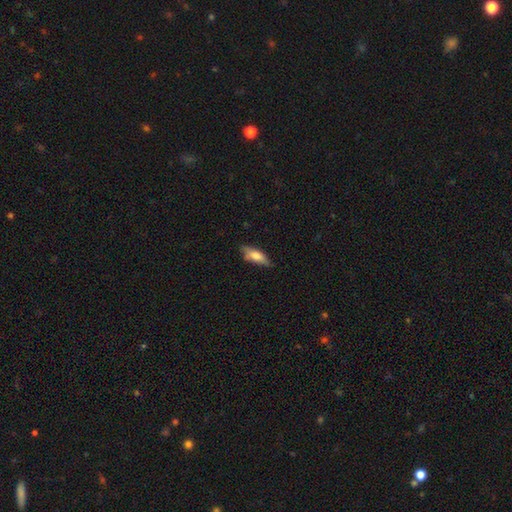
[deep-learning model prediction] Overall: smooth (69%). How rounded: in between (57%; cigar-shaped 41%). Merging: none (68%).